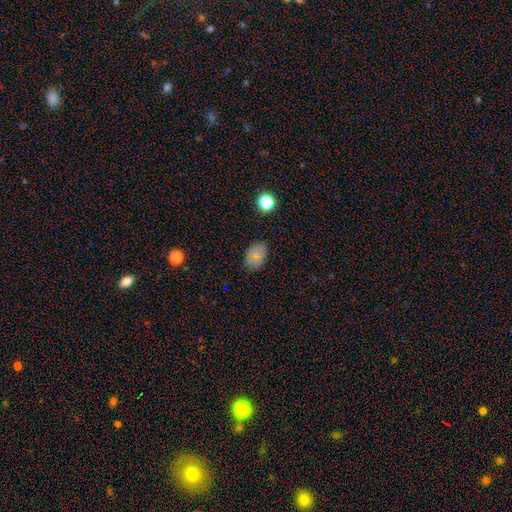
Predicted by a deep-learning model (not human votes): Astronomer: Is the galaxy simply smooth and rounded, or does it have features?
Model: smooth — 74%.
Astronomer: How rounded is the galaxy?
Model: in between — 82%.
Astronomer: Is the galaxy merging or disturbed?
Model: none — 79%.